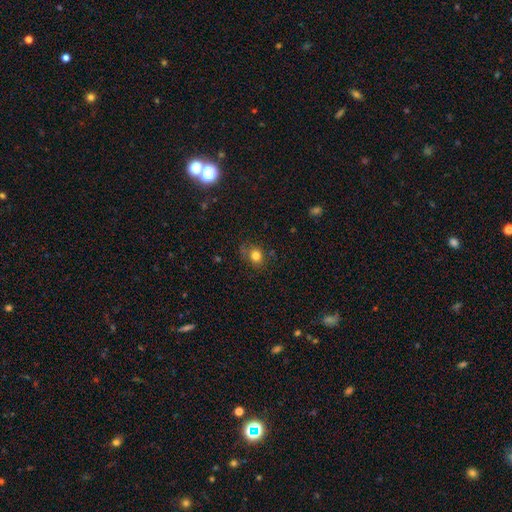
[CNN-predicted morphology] A smooth galaxy with no disk features (80%) that is round (66%). Merging: none (71%).